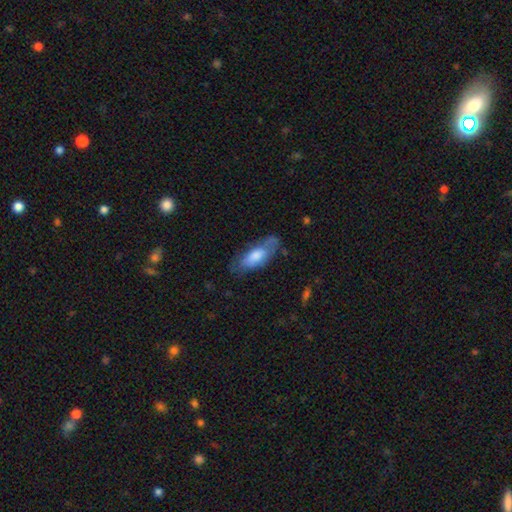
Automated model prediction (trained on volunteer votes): The model was most divided on "smooth or featured": smooth: 60%, featured or disk: 33%, star or artifact: 6%. More confident: how rounded — in between (74%); merging — none (59%).